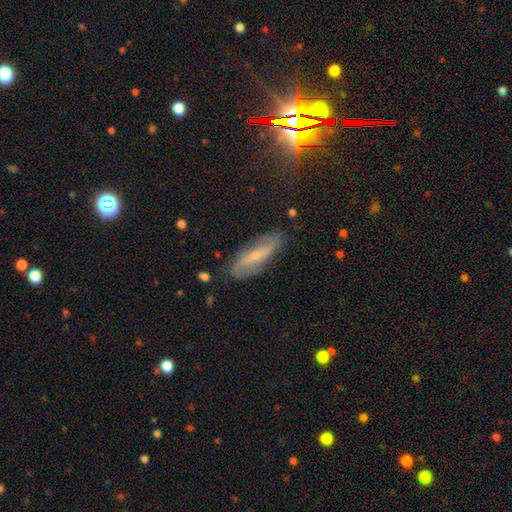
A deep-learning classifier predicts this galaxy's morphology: Smooth or featured? Predicted: featured or disk (p=0.64). Edge-on disk? Predicted: no (p=0.73). Merging? Predicted: none (p=0.78).